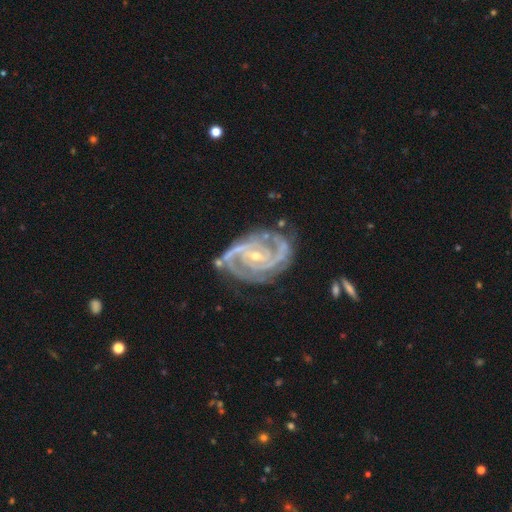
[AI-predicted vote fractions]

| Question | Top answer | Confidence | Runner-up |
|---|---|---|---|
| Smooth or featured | featured or disk | 93% | star or artifact (5%) |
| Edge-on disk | no | 98% | yes (2%) |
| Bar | no | 52% | weak (32%) |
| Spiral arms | yes | 99% | no (1%) |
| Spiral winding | tight | 58% | medium (37%) |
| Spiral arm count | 2 | 62% | 3 (20%) |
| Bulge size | small | 69% | moderate (29%) |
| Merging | none | 66% | minor disturbance (23%) |